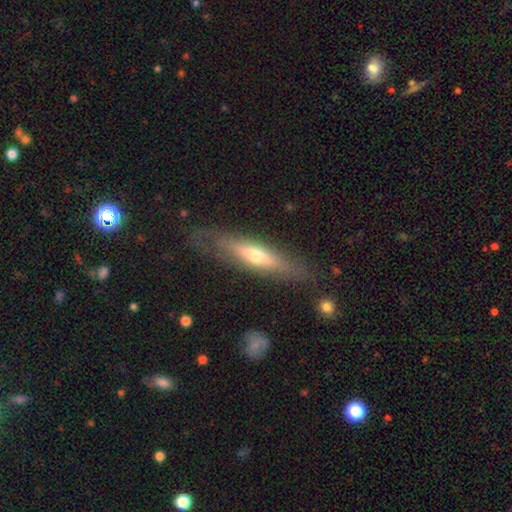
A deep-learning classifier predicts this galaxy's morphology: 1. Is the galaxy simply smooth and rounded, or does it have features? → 53% featured or disk, 41% smooth, 6% star or artifact.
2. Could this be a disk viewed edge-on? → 73% yes, 27% no.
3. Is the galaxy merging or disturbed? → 76% none, 15% minor disturbance, 7% major disturbance, 2% merger.